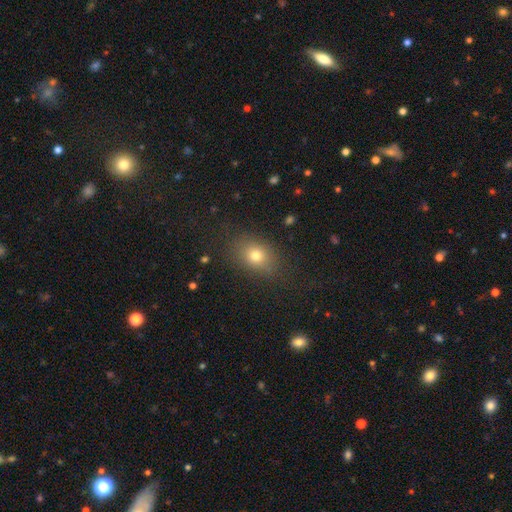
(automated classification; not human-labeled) smooth_or_featured: smooth (p=0.74) [alt: star or artifact p=0.14]
how_rounded: in between (p=0.62) [alt: round p=0.36]
merging: none (p=0.81) [alt: minor disturbance p=0.12]